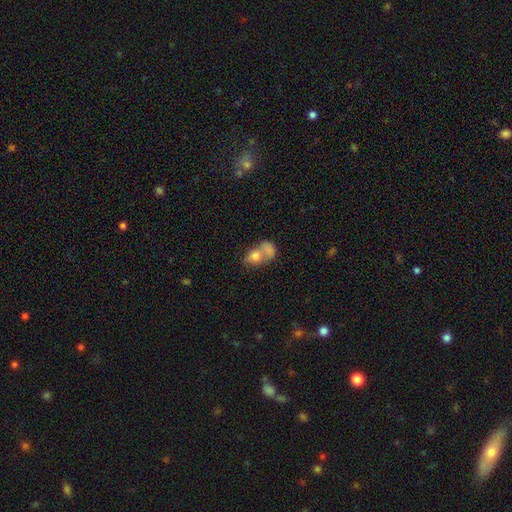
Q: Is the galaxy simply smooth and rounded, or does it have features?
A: smooth — 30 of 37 (81%).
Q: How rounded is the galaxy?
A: round — 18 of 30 (60%).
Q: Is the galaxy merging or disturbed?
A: merger — 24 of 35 (69%).